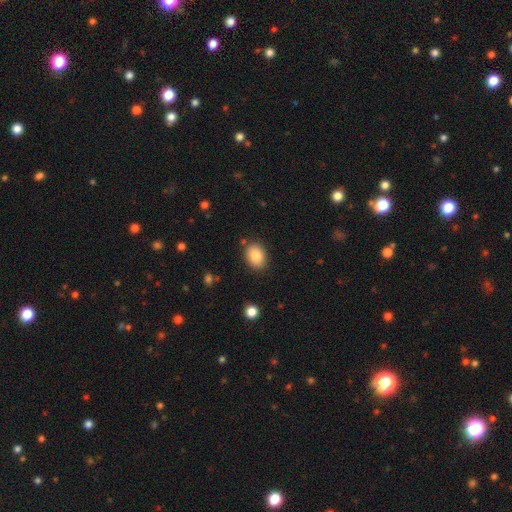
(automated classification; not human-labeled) Smooth or featured? smooth (86%)
How rounded? in between (75%)
Merging? none (84%)